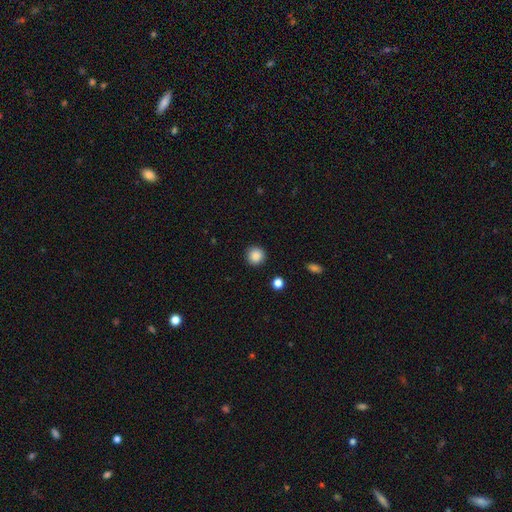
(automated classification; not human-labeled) smooth_or_featured: smooth (p=0.88) [alt: star or artifact p=0.09]
how_rounded: round (p=0.94) [alt: in between p=0.05]
merging: none (p=0.91) [alt: minor disturbance p=0.06]